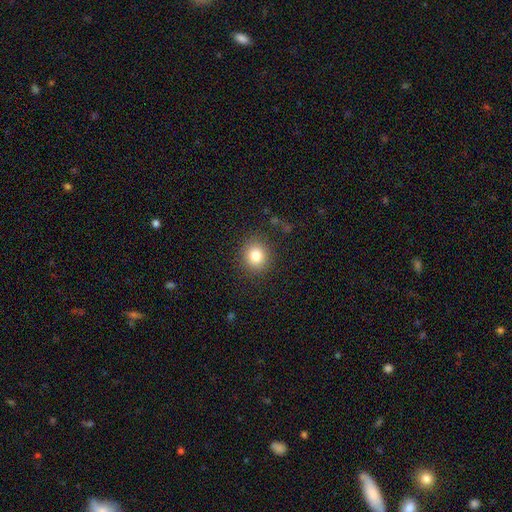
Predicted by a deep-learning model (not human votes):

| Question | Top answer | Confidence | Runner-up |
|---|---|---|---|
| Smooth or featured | smooth | 81% | star or artifact (11%) |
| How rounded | round | 82% | in between (17%) |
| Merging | none | 87% | minor disturbance (8%) |